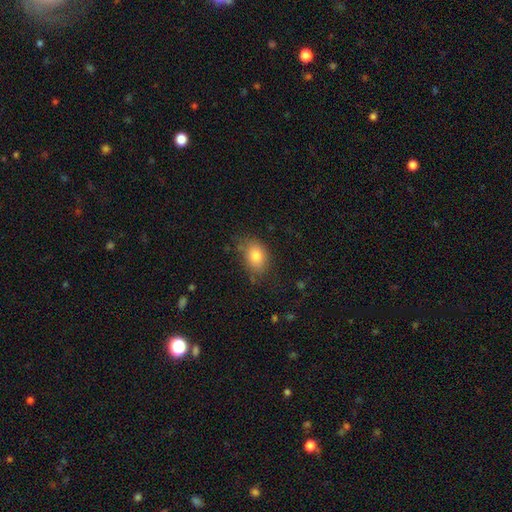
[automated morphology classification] Overall: smooth (81%). How rounded: in between (77%). Merging: none (70%).